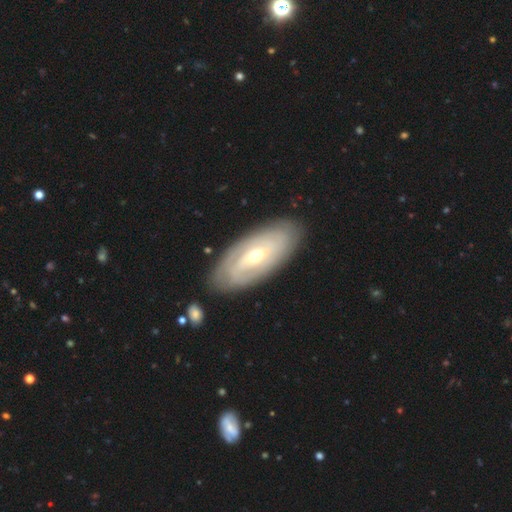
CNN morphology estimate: A featured or disk galaxy (69%) with no bar (53%), spiral arms (65%) and a moderate central bulge (62%). Merging: none (82%).